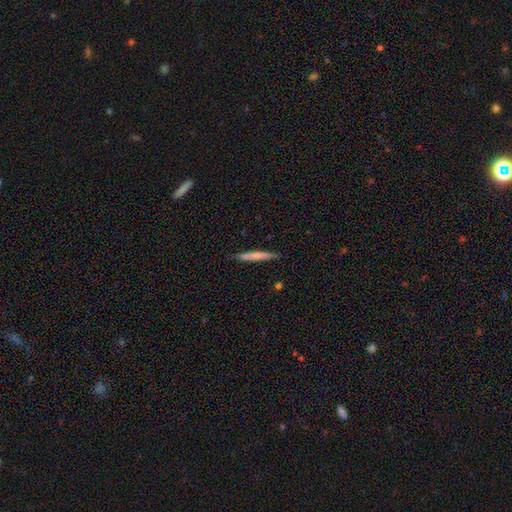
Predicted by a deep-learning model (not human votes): Overall: smooth (60%; featured or disk 34%). How rounded: cigar-shaped (95%). Merging: none (85%).